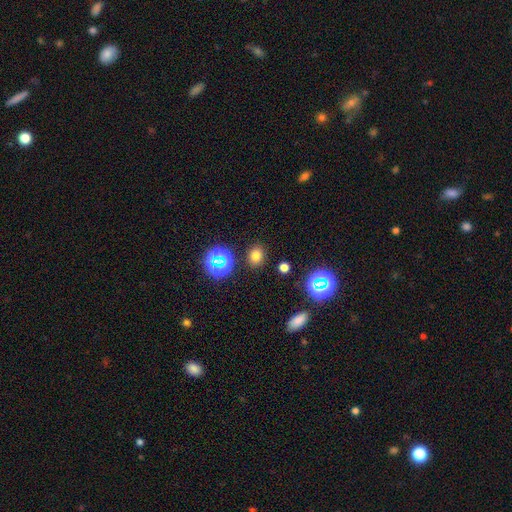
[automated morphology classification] This is likely a smooth galaxy (73%). How rounded: possibly round (56%). Merging: clearly none (86%).